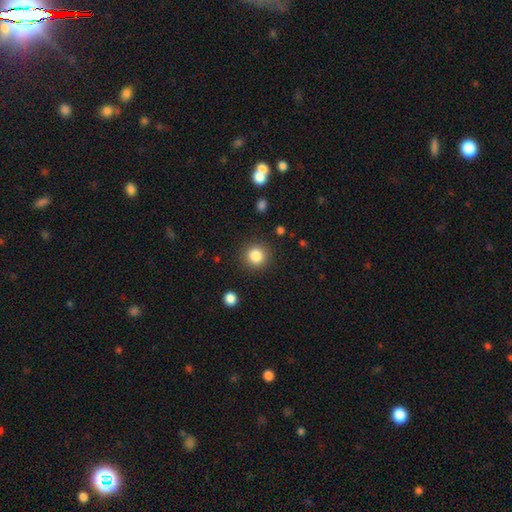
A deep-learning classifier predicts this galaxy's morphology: A smooth galaxy with no disk features (85%) that is round (93%).

Vote fractions:
- Smooth or featured? smooth: 85% / star or artifact: 10% / featured or disk: 5%
- How rounded? round: 93% / in between: 6% / cigar-shaped: 1%
- Merging? none: 89% / minor disturbance: 7% / major disturbance: 3% / merger: 2%